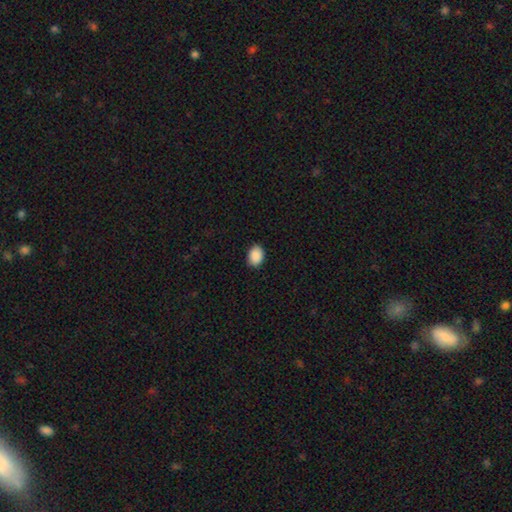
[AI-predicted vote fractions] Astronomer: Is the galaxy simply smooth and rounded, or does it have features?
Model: smooth — 90%.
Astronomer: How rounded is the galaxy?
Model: in between — 69%.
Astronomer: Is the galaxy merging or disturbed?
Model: none — 89%.